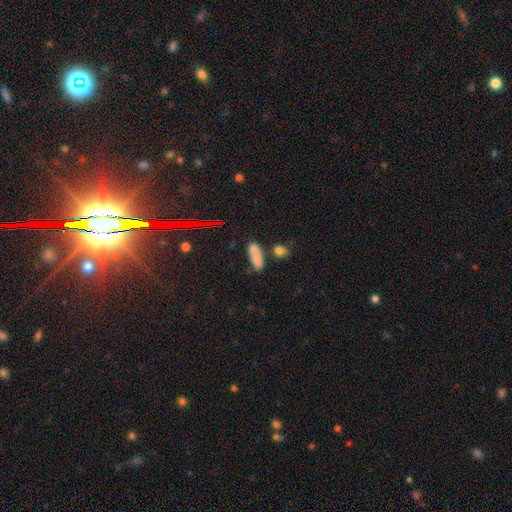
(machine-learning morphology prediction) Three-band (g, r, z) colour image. It shows a smooth galaxy with no disk features (76%) that is in between round and cigar-shaped (70%). Merging: none (55%).